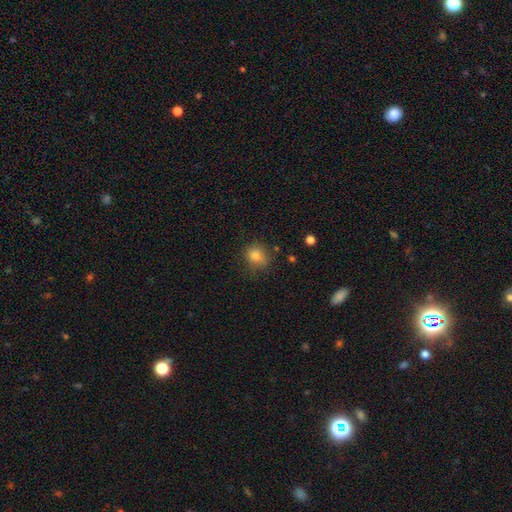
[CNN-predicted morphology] This is clearly a smooth galaxy (82%). How rounded: likely round (68%). Merging: likely none (77%).